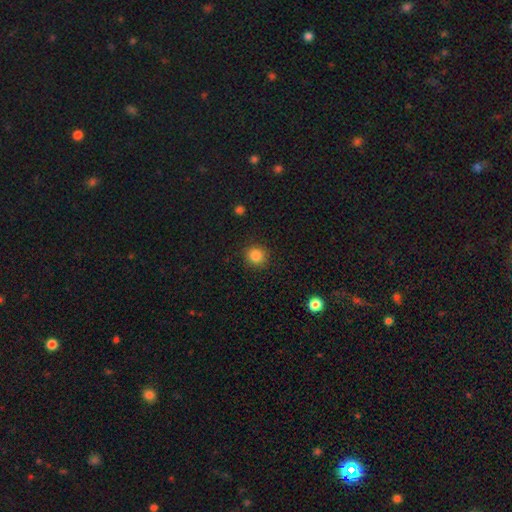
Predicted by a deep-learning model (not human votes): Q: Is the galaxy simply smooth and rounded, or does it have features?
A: smooth — 84%.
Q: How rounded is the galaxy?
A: round — 91%.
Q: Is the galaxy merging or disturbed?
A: none — 90%.